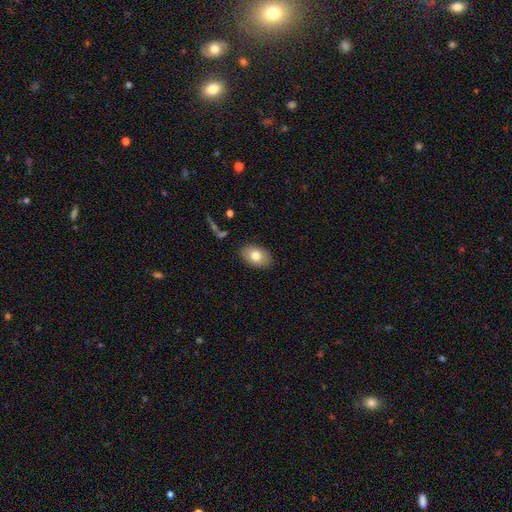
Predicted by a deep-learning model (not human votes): Smooth or featured: smooth — 77% (featured or disk — 16%)
How rounded: in between — 87% (round — 12%)
Merging: none — 87% (minor disturbance — 10%)